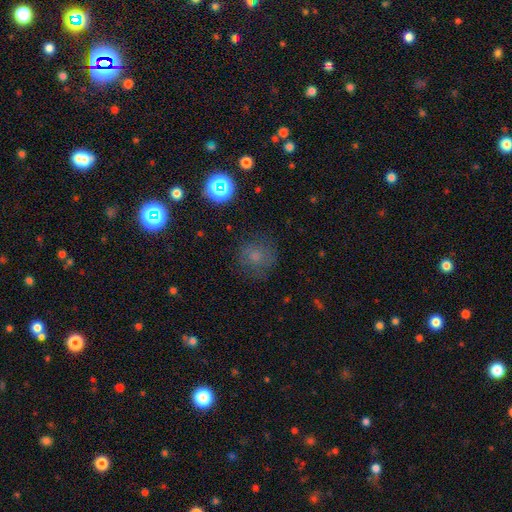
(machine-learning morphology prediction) type=smooth (63%); roundness=round (88%); merging=none (75%).